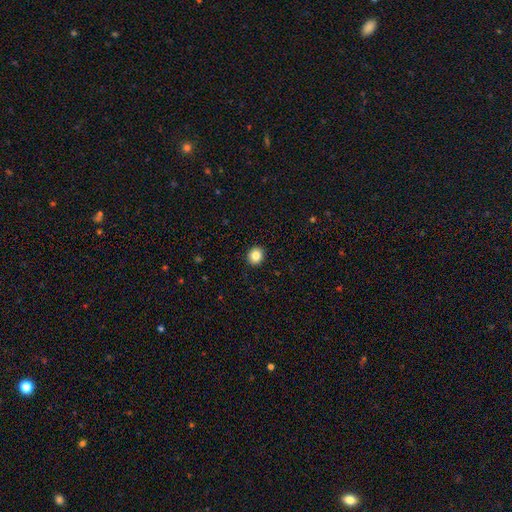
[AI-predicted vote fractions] This is clearly a smooth galaxy (85%). How rounded: likely round (79%). Merging: clearly none (92%).